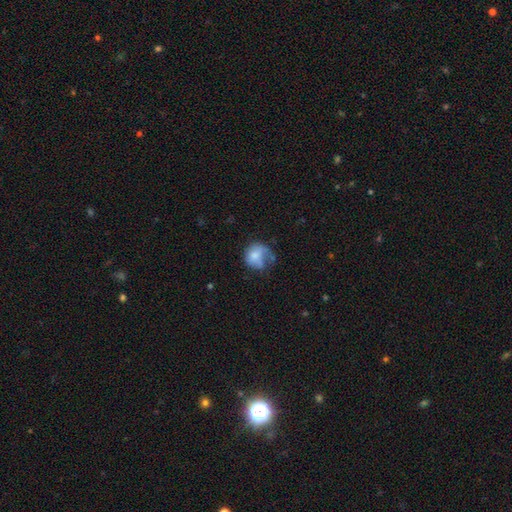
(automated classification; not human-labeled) A smooth galaxy with no disk features (64%) that is round (64%).

Vote fractions:
- Smooth or featured? smooth: 64% / featured or disk: 27% / star or artifact: 9%
- How rounded? round: 64% / in between: 35% / cigar-shaped: 1%
- Merging? major disturbance: 35% / none: 31% / minor disturbance: 27% / merger: 7%